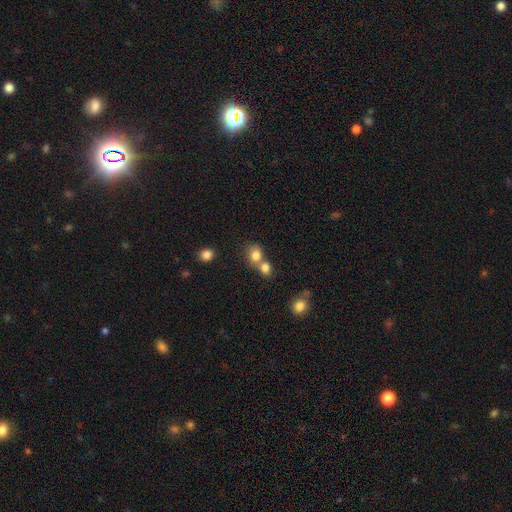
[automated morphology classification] The model was most divided on "merging": merger: 53%, none: 37%, minor disturbance: 7%, major disturbance: 3%. More confident: smooth or featured — smooth (79%); how rounded — round (70%).